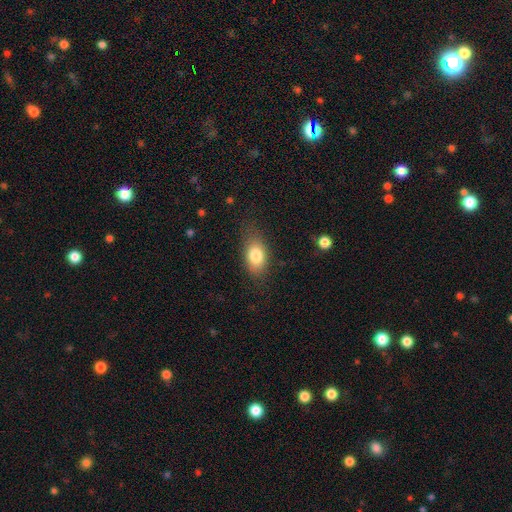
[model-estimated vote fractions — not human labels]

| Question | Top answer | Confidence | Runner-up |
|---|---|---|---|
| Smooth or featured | smooth | 80% | featured or disk (12%) |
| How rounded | in between | 85% | round (11%) |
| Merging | none | 75% | minor disturbance (18%) |